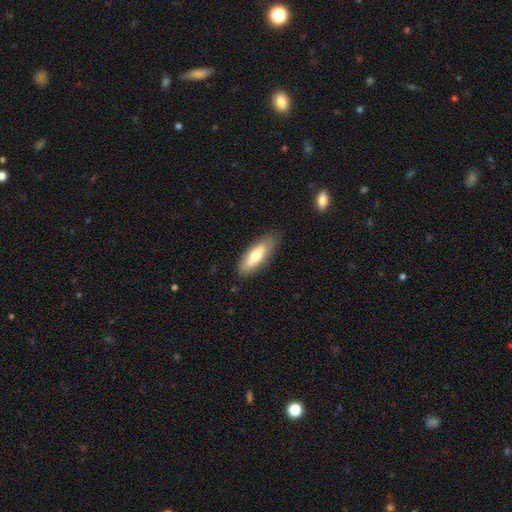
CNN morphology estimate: Smooth or featured? smooth (65%)
How rounded? in between (62%)
Merging? none (83%)